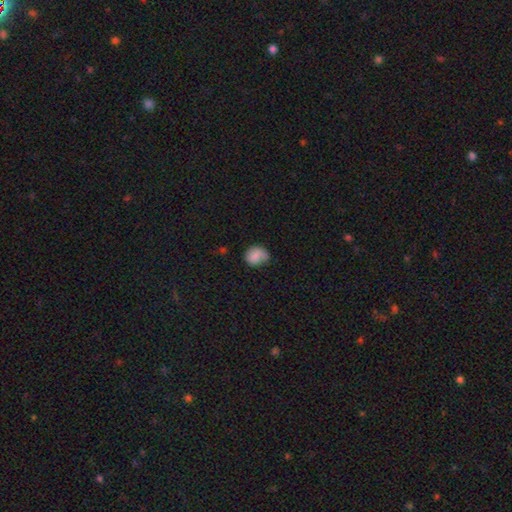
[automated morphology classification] smooth-or-featured: smooth: 73% | featured or disk: 18% | star or artifact: 9%
  how-rounded: round: 65% | in between: 34% | cigar-shaped: 1%
  merging: none: 51% | minor disturbance: 34% | major disturbance: 12% | merger: 2%